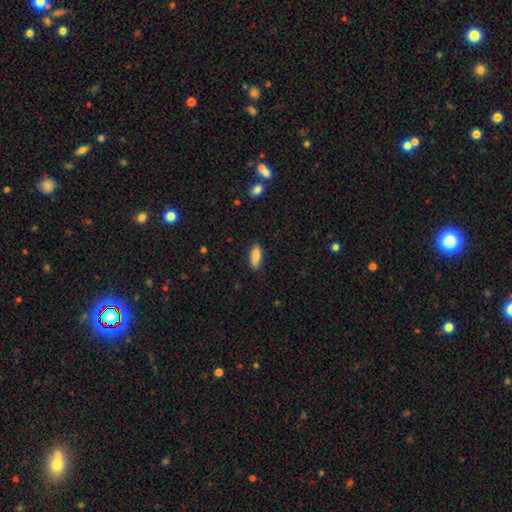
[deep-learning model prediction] Smooth or featured: smooth — 87% (star or artifact — 6%)
How rounded: in between — 75% (cigar-shaped — 23%)
Merging: none — 86% (minor disturbance — 10%)